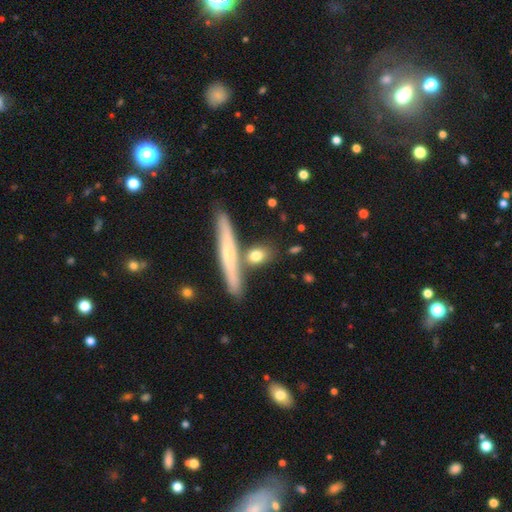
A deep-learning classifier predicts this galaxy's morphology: Q: Smooth or featured?
A: smooth (73%); runner-up: featured or disk (20%)
Q: How rounded?
A: cigar-shaped (38%); runner-up: in between (37%)
Q: Merging?
A: none (67%); runner-up: merger (17%)